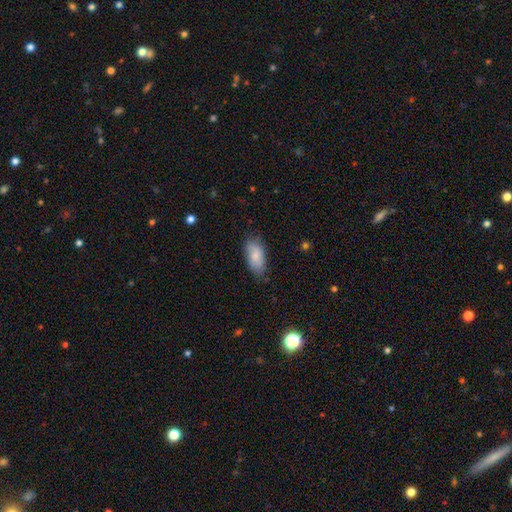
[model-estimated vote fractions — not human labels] A smooth galaxy with no disk features (80%) that is in between round and cigar-shaped (91%). Merging: none (67%).